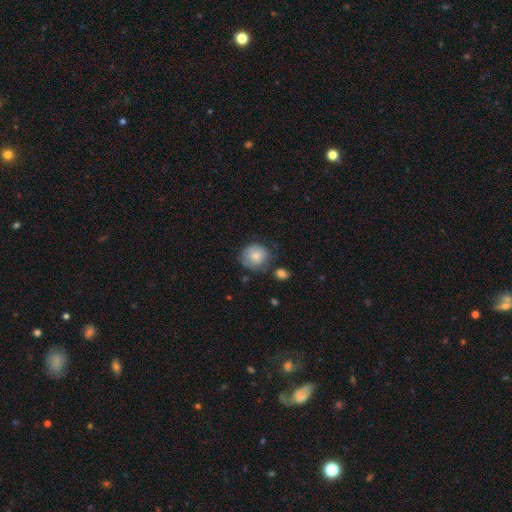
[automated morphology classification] type=smooth (79%); roundness=round (89%); merging=none (67%).